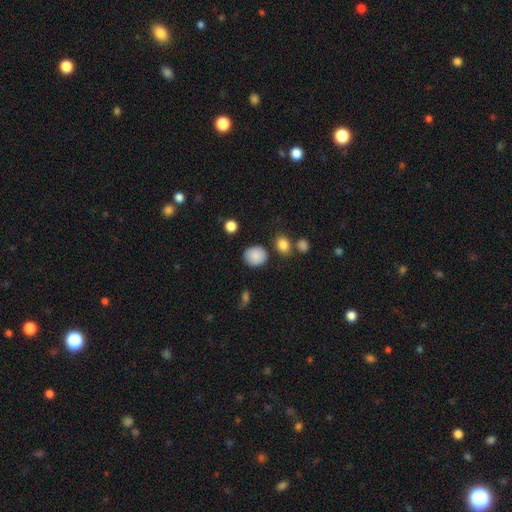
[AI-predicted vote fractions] Smooth or featured? smooth (87%)
How rounded? round (80%)
Merging? none (84%)